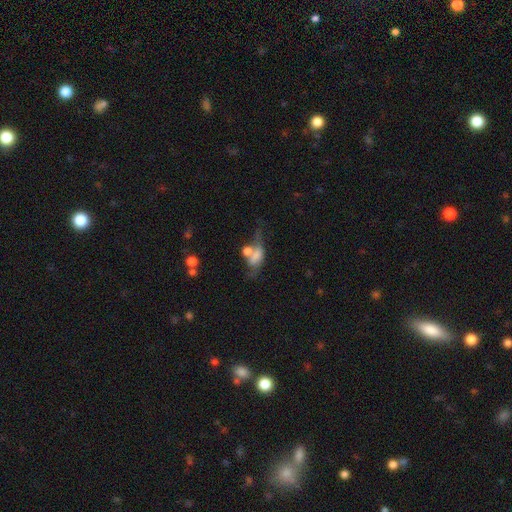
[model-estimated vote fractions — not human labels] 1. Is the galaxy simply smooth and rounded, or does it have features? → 53% smooth, 35% featured or disk, 12% star or artifact.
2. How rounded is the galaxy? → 78% in between, 13% round, 9% cigar-shaped.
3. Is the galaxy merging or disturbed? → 35% merger, 29% major disturbance, 20% none, 16% minor disturbance.